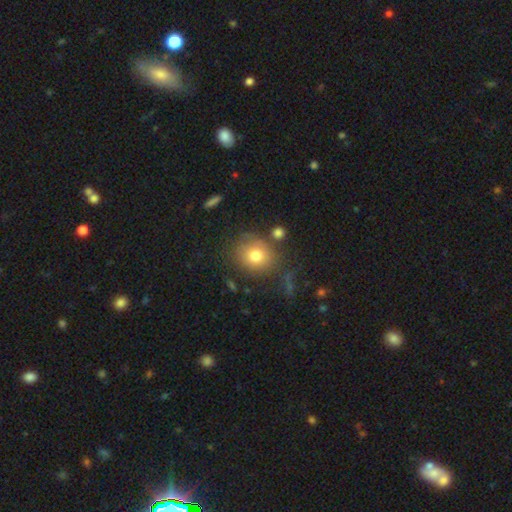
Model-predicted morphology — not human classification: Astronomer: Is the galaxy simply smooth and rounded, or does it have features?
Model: smooth — 77%.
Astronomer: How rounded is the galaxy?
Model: round — 74%.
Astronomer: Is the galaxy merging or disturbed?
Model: none — 74%.